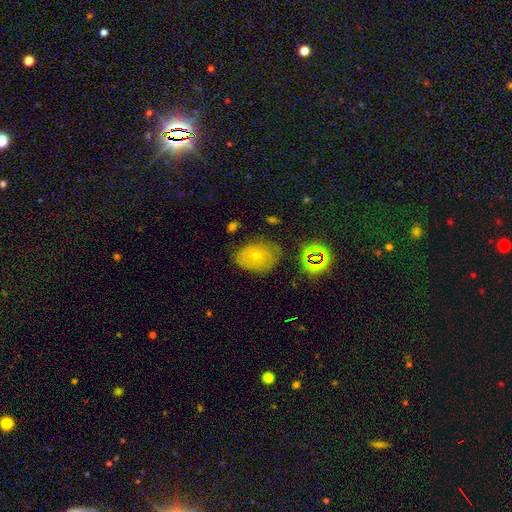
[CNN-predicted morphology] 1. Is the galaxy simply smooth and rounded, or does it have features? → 56% smooth, 26% featured or disk, 18% star or artifact.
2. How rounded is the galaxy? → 68% in between, 31% round, 1% cigar-shaped.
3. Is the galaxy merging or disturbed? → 73% none, 19% minor disturbance, 5% major disturbance, 2% merger.